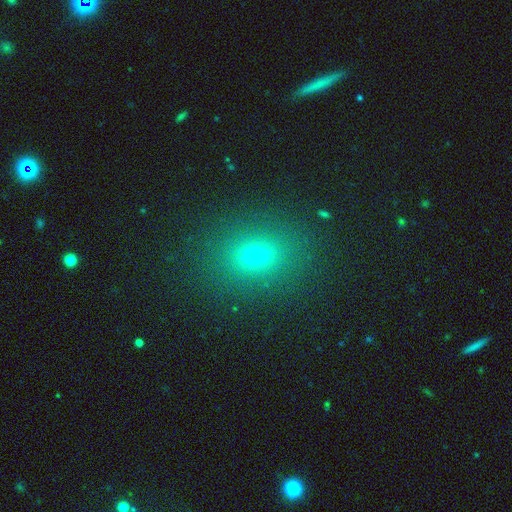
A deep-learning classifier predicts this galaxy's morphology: smooth-or-featured: smooth: 66% | star or artifact: 22% | featured or disk: 12%
  how-rounded: in between: 53% | round: 45% | cigar-shaped: 2%
  merging: none: 86% | minor disturbance: 9% | major disturbance: 4% | merger: 2%